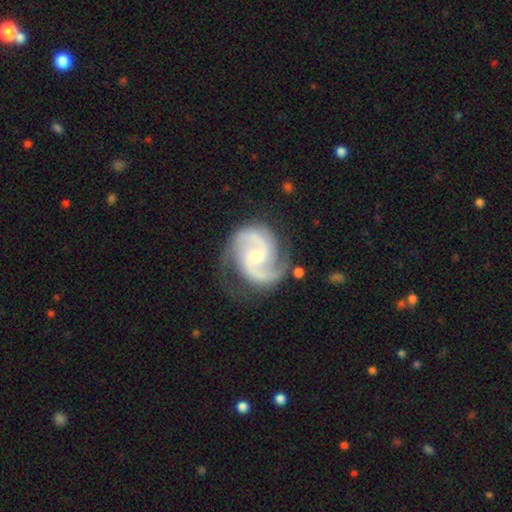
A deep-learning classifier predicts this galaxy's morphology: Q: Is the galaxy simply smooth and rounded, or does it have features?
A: featured or disk — 92%.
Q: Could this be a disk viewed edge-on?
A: no — 98%.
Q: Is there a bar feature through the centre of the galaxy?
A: no — 46%.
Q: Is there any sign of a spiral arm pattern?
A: yes — 98%.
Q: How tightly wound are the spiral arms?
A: medium — 59%.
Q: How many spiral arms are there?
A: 2 — 90%.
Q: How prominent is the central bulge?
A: moderate — 53%.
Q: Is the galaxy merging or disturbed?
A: none — 75%.